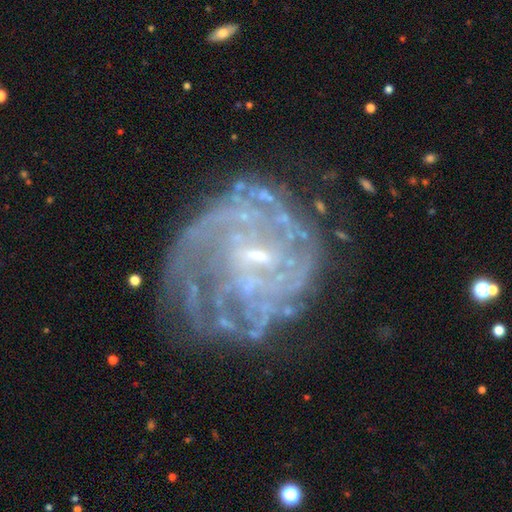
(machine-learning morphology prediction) A featured or disk galaxy (79%) with a weak bar (47%), tight (56%) spiral arms (71%) and a small central bulge (65%). Merging: none (54%).